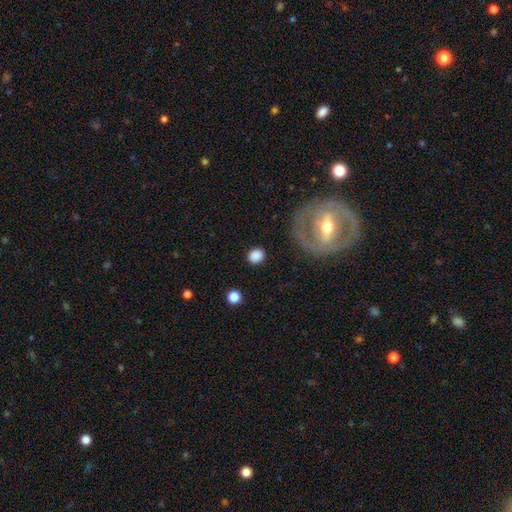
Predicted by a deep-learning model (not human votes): Q: Smooth or featured?
A: smooth (85%); runner-up: star or artifact (8%)
Q: How rounded?
A: round (71%); runner-up: in between (27%)
Q: Merging?
A: none (85%); runner-up: minor disturbance (8%)